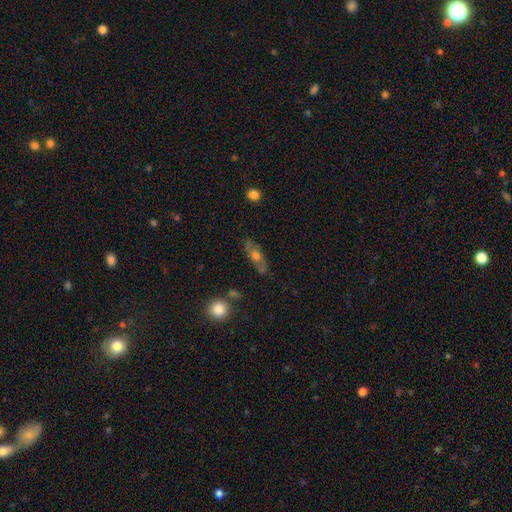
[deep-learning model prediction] A smooth galaxy with no disk features (46%, tied with featured or disk).

Vote fractions:
- Smooth or featured? smooth: 46% (tied) / featured or disk: 46% (tied) / star or artifact: 8%
- Merging? none: 75% / minor disturbance: 17% / major disturbance: 4% / merger: 3%